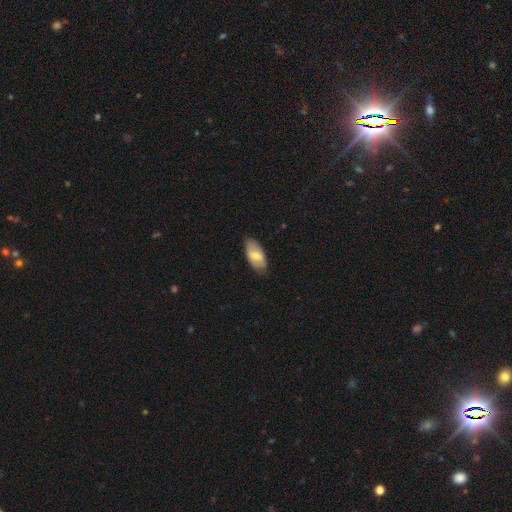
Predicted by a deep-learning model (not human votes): Q: Smooth or featured?
A: smooth (67%); runner-up: featured or disk (28%)
Q: How rounded?
A: in between (92%); runner-up: cigar-shaped (5%)
Q: Merging?
A: none (78%); runner-up: minor disturbance (17%)